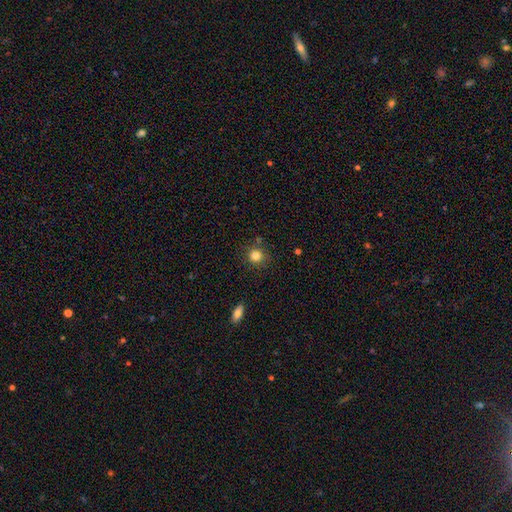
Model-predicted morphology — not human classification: This is clearly a smooth galaxy (83%). How rounded: clearly round (90%). Merging: clearly none (82%).